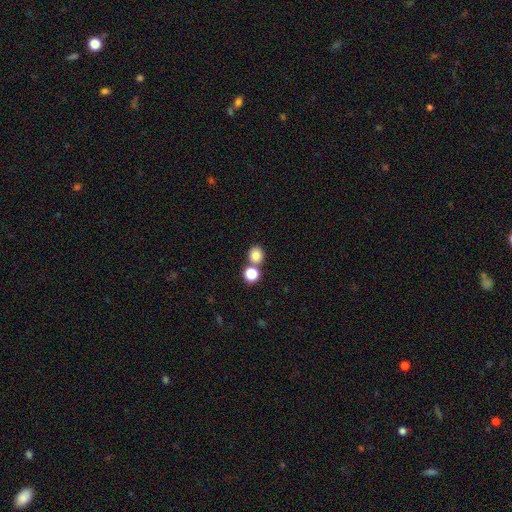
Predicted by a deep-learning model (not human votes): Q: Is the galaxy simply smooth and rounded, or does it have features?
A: smooth — 81%.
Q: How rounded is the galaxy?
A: round — 80%.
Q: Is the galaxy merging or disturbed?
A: none — 63%.